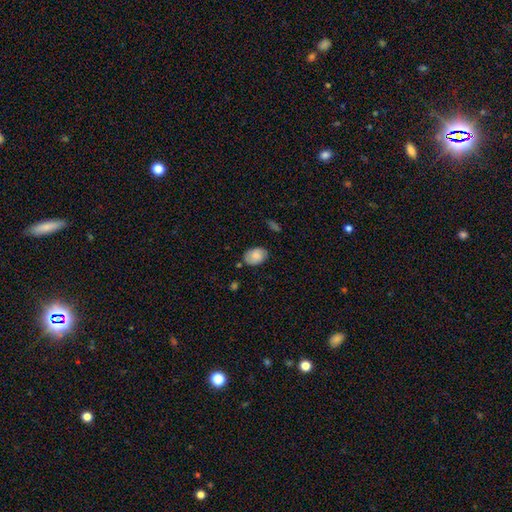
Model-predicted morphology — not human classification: This appears to be a smooth galaxy with no disk features (76%) that is in between round and cigar-shaped (79%). Merging: none (76%).